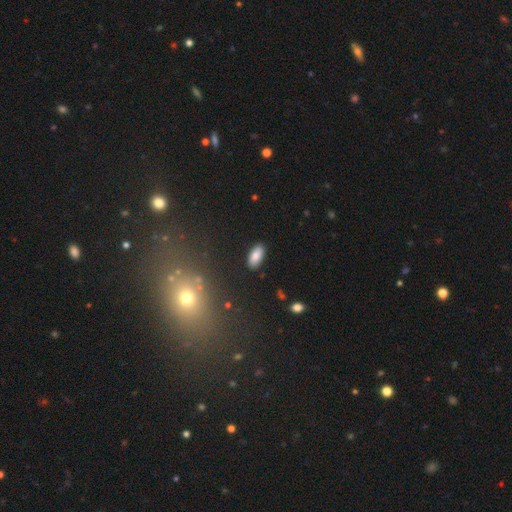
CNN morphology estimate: Smooth or featured? Predicted: smooth (p=0.86). How rounded? Predicted: in between (p=0.91). Merging? Predicted: none (p=0.88).